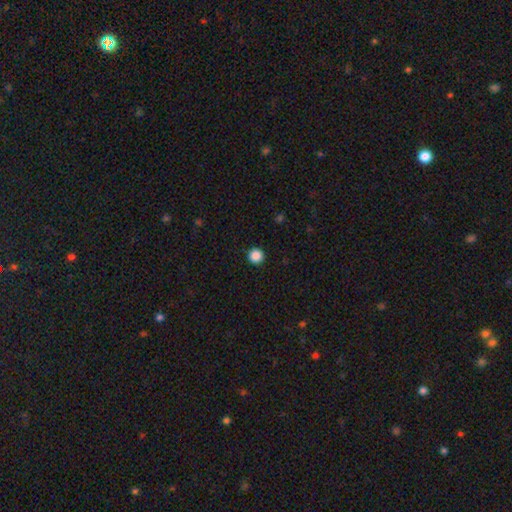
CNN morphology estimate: Smooth or featured: smooth — 88% (star or artifact — 10%)
How rounded: round — 96% (in between — 3%)
Merging: none — 93% (minor disturbance — 4%)